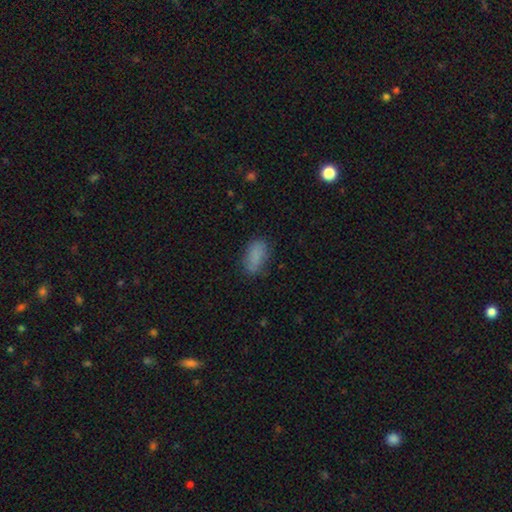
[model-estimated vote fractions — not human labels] Morphology: type=smooth (85%); roundness=in between (90%); merging=none (75%).